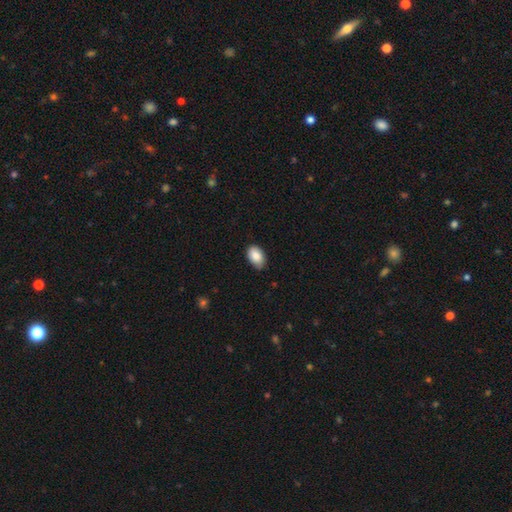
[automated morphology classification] type=smooth (86%); roundness=in between (91%); merging=none (77%).